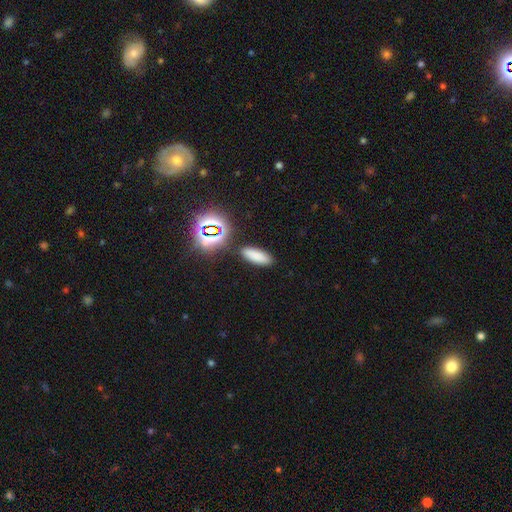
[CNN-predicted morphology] smooth_or_featured: smooth (p=0.77) [alt: star or artifact p=0.16]
how_rounded: in between (p=0.64) [alt: cigar-shaped p=0.31]
merging: none (p=0.86) [alt: minor disturbance p=0.07]